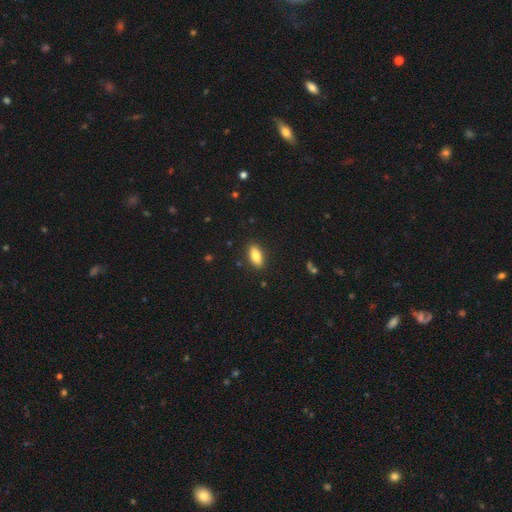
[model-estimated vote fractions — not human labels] Smooth or featured: smooth — 80% (featured or disk — 13%)
How rounded: in between — 86% (cigar-shaped — 11%)
Merging: none — 88% (minor disturbance — 9%)